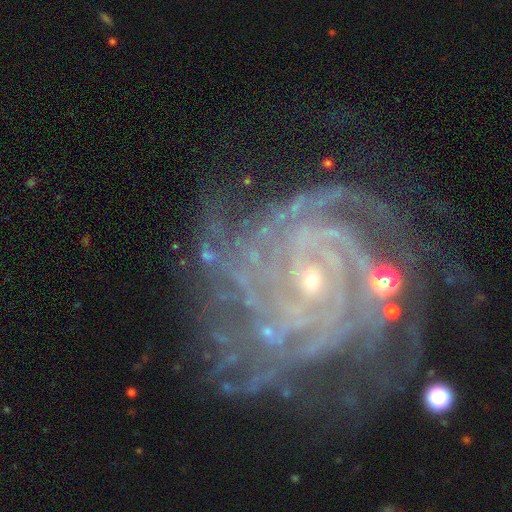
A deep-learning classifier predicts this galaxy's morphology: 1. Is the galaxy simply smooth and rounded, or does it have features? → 90% featured or disk, 7% star or artifact, 3% smooth.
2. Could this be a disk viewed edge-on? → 98% no, 2% yes.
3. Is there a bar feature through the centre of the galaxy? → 63% no, 25% weak, 11% strong.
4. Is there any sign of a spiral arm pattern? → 98% yes, 2% no.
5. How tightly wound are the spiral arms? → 79% tight, 18% medium, 3% loose.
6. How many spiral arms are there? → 26% more than 4, 25% 4, 16% can't tell, 14% 3, 10% 2, 8% 1.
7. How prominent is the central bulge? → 83% small, 13% moderate, 2% none, 1% large, 1% dominant.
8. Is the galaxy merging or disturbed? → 63% none, 20% minor disturbance, 12% major disturbance, 4% merger.